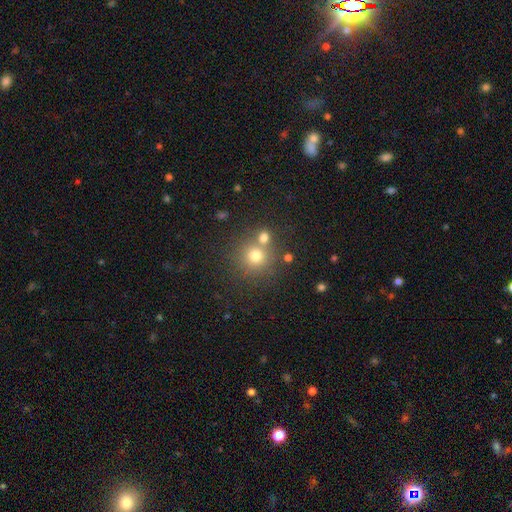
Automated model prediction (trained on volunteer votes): Morphology: type=smooth (73%); roundness=round (91%); merging=none (62%).